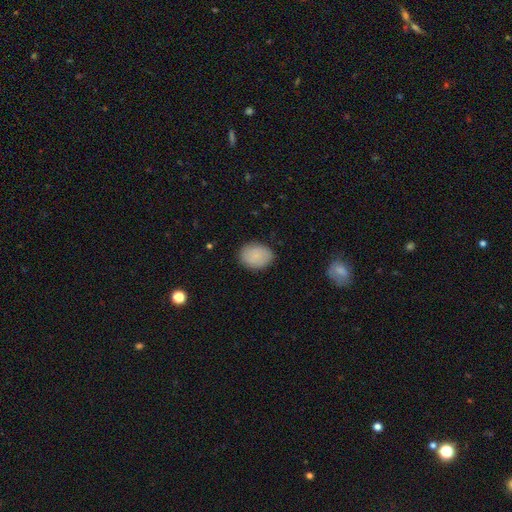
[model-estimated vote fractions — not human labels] Q: Smooth or featured?
A: smooth (84%); runner-up: featured or disk (9%)
Q: How rounded?
A: in between (63%); runner-up: round (36%)
Q: Merging?
A: none (84%); runner-up: minor disturbance (12%)